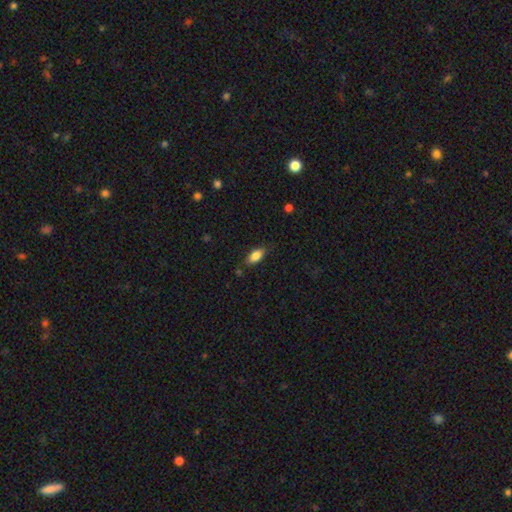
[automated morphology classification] This appears to be a smooth galaxy with no disk features (84%) that is in between round and cigar-shaped (88%). Merging: none (78%).